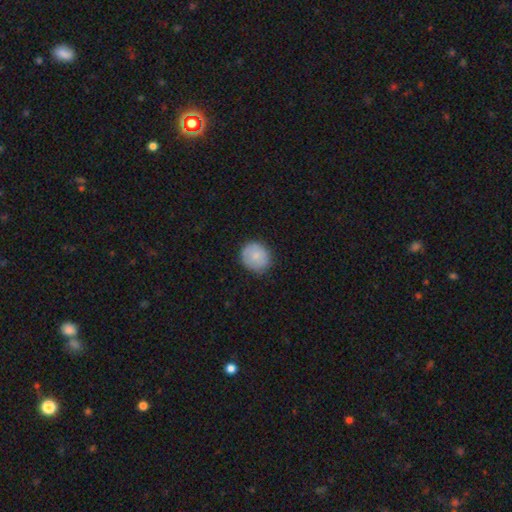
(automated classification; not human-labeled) The model was most divided on "merging": none: 81%, minor disturbance: 15%, major disturbance: 3%, merger: 1%. More confident: how rounded — round (83%); smooth or featured — smooth (81%).